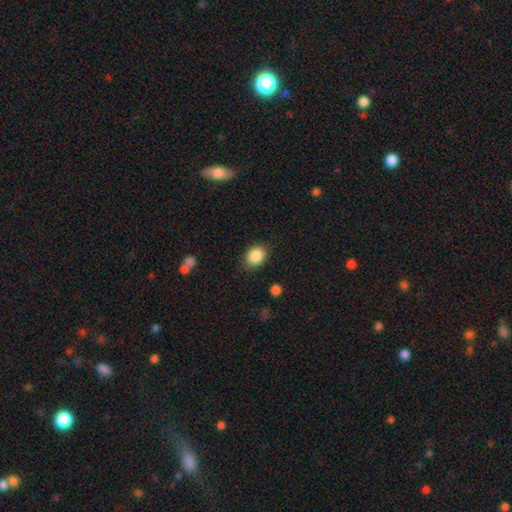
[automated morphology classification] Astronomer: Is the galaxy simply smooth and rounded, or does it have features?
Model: smooth — 87%.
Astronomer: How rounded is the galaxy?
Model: in between — 65%.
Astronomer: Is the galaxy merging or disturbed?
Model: none — 82%.